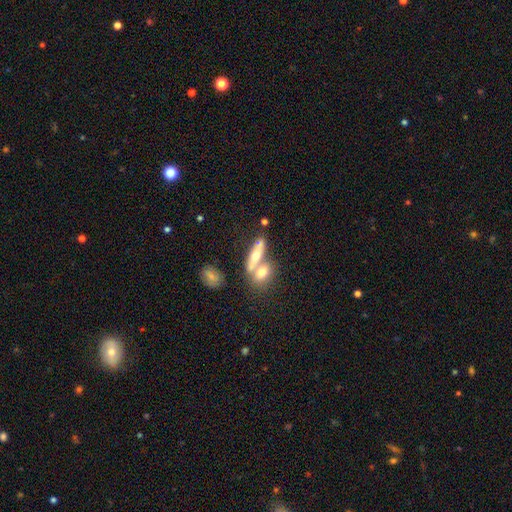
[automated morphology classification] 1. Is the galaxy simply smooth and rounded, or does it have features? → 47% smooth, 43% featured or disk, 10% star or artifact.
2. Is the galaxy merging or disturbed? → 54% merger, 32% none, 9% minor disturbance, 5% major disturbance.